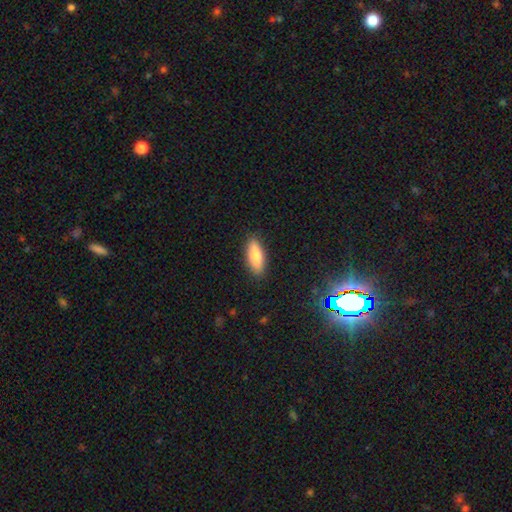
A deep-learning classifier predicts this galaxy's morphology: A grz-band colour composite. It shows a smooth galaxy with no disk features (80%) that is in between round and cigar-shaped (63%). Merging: none (88%).